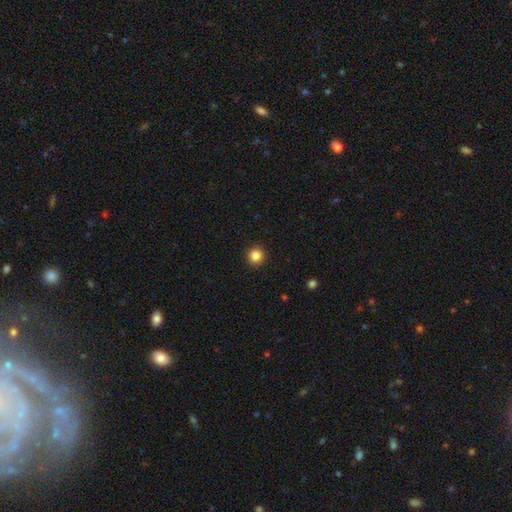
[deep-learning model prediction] smooth_or_featured: smooth (p=0.85) [alt: star or artifact p=0.11]
how_rounded: round (p=0.95) [alt: in between p=0.04]
merging: none (p=0.94) [alt: minor disturbance p=0.04]